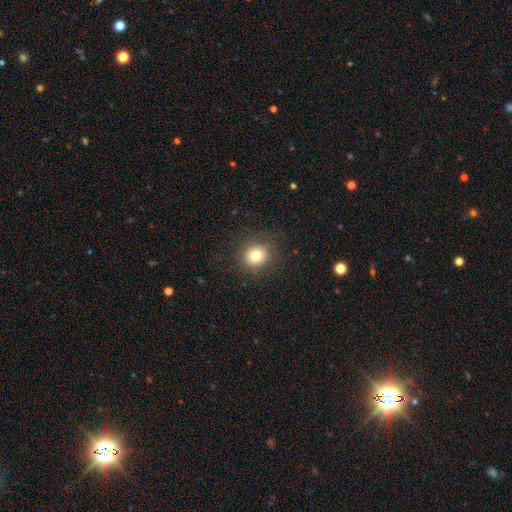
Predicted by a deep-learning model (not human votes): A smooth galaxy with no disk features (78%) that is round (88%). Merging: none (87%).